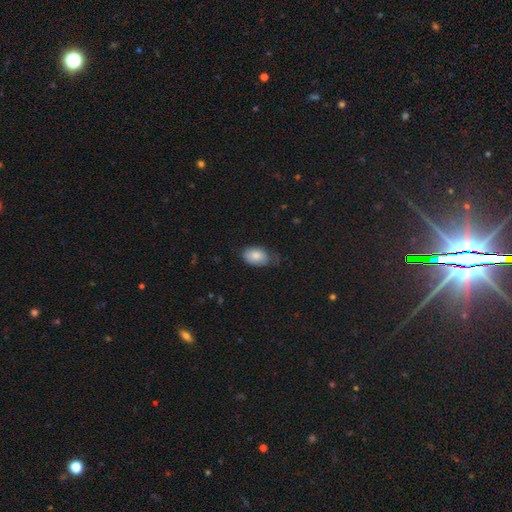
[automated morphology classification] Smooth or featured: smooth — 81% (featured or disk — 12%)
How rounded: in between — 90% (round — 9%)
Merging: none — 53% (minor disturbance — 35%)